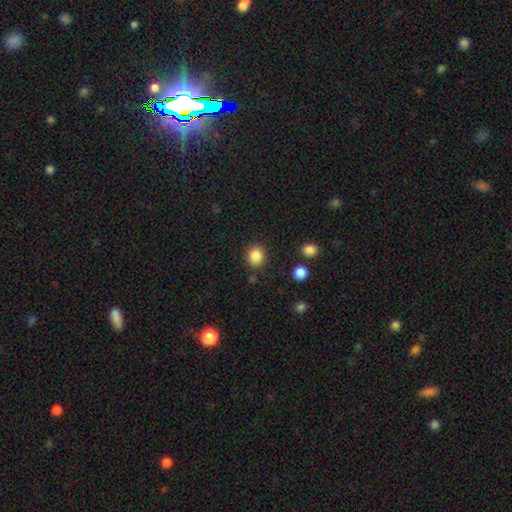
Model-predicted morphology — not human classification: smooth_or_featured: smooth (p=0.86) [alt: star or artifact p=0.10]
how_rounded: round (p=0.75) [alt: in between p=0.25]
merging: none (p=0.86) [alt: minor disturbance p=0.08]